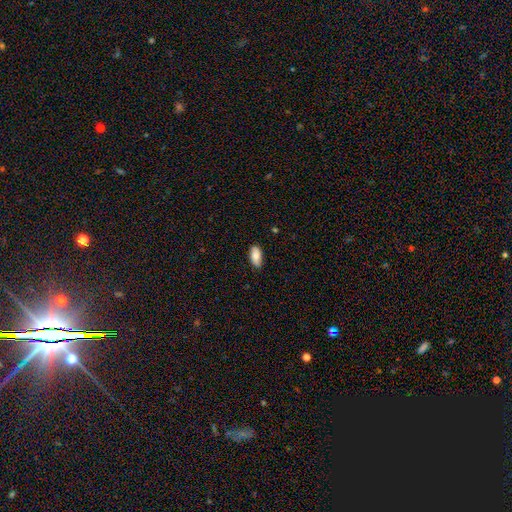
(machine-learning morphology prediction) Smooth or featured?
  - smooth: 79% *
  - featured or disk: 14%
  - star or artifact: 7%
How rounded?
  - in between: 90% *
  - cigar-shaped: 7%
  - round: 3%
Merging?
  - none: 81% *
  - minor disturbance: 15%
  - major disturbance: 2%
  - merger: 1%